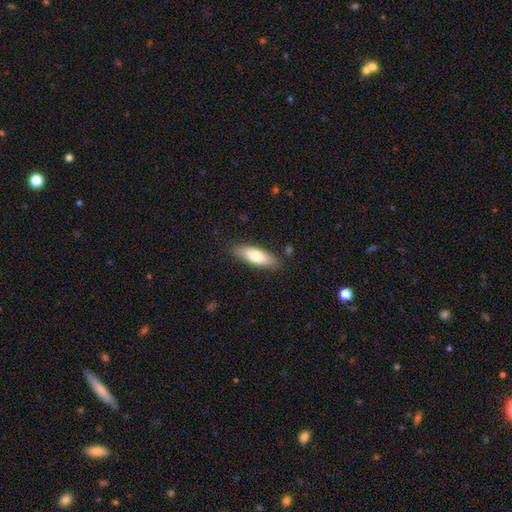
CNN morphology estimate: The model was most divided on "how rounded": in between: 57%, cigar-shaped: 41%, round: 2%. More confident: merging — none (85%); smooth or featured — smooth (75%).